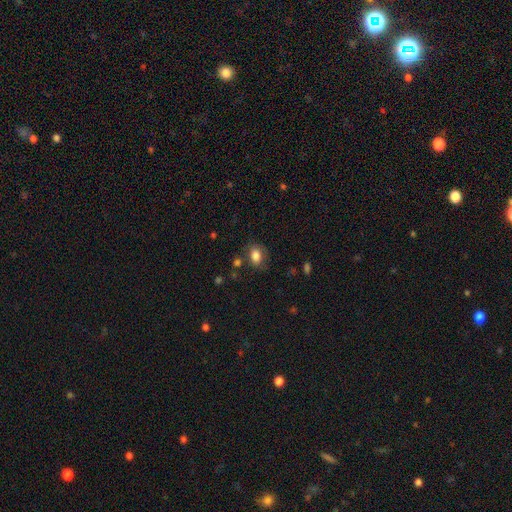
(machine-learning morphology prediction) A smooth galaxy with no disk features (82%) that is in between round and cigar-shaped (71%).

Vote fractions:
- Smooth or featured? smooth: 82% / star or artifact: 9% / featured or disk: 8%
- How rounded? in between: 71% / round: 27% / cigar-shaped: 1%
- Merging? none: 74% / minor disturbance: 17% / major disturbance: 6% / merger: 4%